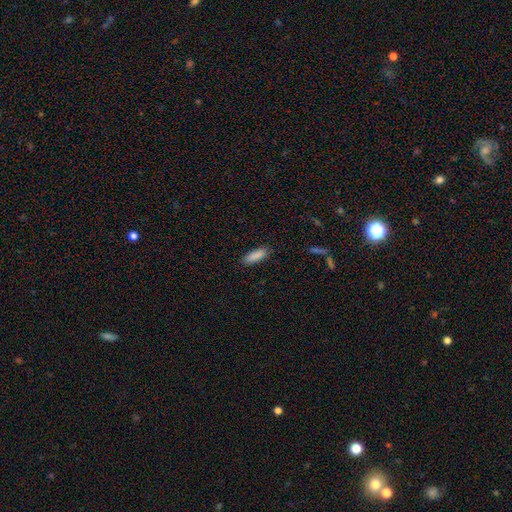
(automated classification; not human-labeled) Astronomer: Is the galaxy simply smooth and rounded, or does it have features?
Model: smooth — 89%.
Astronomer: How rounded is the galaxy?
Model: in between — 52% (runner-up: cigar-shaped, 46%).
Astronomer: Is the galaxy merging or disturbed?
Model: none — 87%.